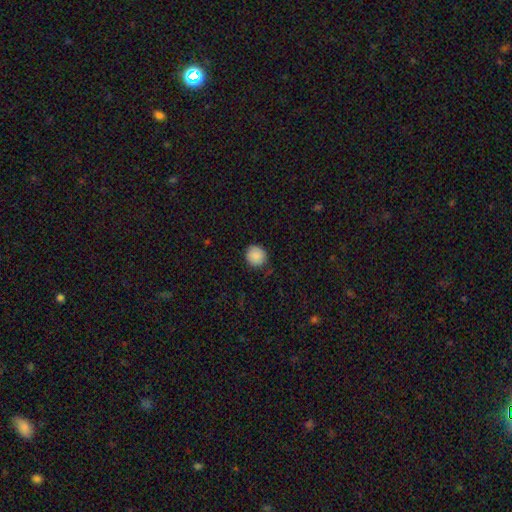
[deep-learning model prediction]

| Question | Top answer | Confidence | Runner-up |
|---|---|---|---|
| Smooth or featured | smooth | 88% | star or artifact (8%) |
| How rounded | round | 93% | in between (6%) |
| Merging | none | 85% | minor disturbance (12%) |